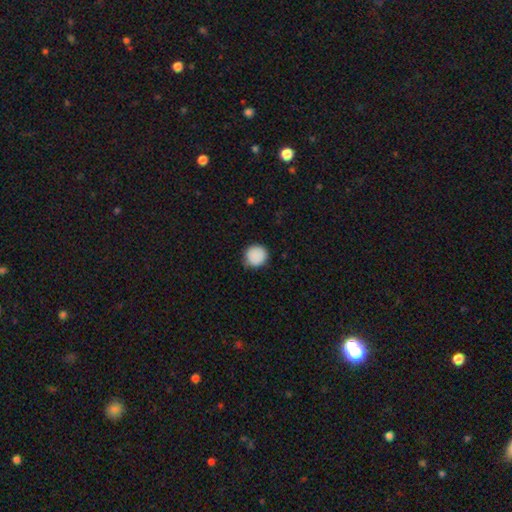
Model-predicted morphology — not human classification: smooth 89%, star or artifact 8%, featured or disk 3%. Down the decision tree: how rounded — round (91%); merging — none (81%).